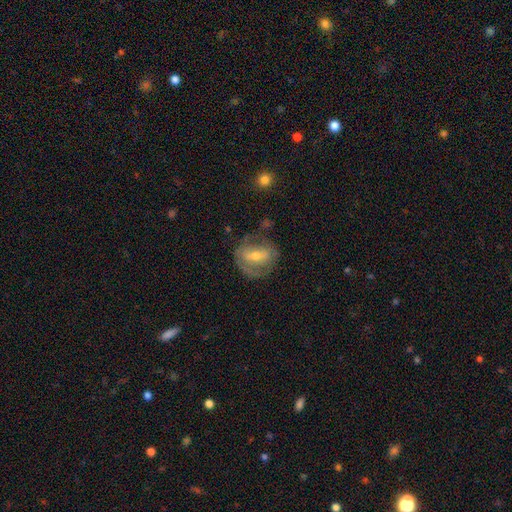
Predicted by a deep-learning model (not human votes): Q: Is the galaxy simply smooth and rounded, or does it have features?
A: featured or disk — 61%.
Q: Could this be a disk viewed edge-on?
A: no — 93%.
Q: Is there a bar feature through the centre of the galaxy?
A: weak — 38%.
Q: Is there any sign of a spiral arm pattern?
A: yes — 54%.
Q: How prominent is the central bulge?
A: moderate — 59%.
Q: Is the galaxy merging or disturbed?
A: none — 58%.